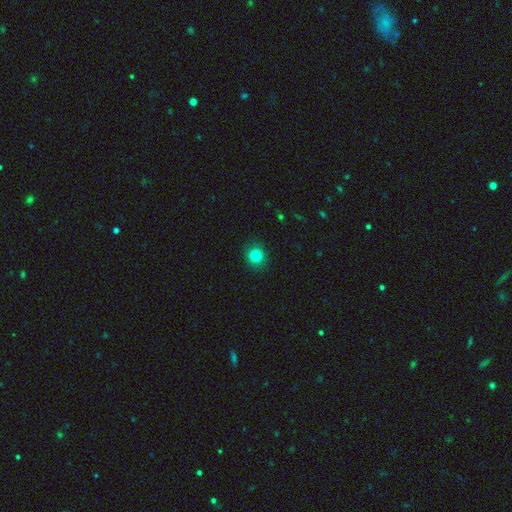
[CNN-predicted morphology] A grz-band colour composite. It shows a smooth galaxy with no disk features (82%) that is round (88%). Merging: none (90%).